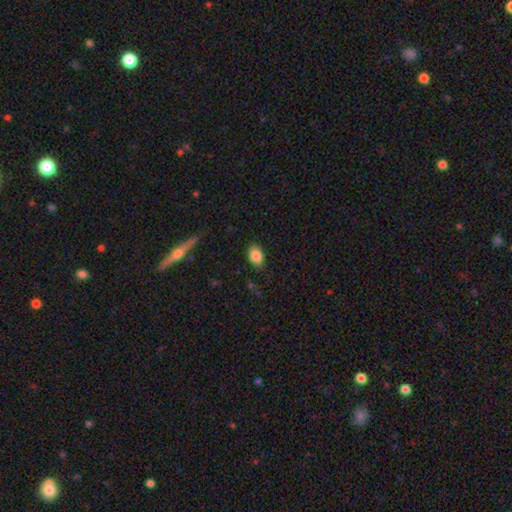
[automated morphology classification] This appears to be a smooth galaxy with no disk features (87%) that is in between round and cigar-shaped (82%). Merging: none (84%).